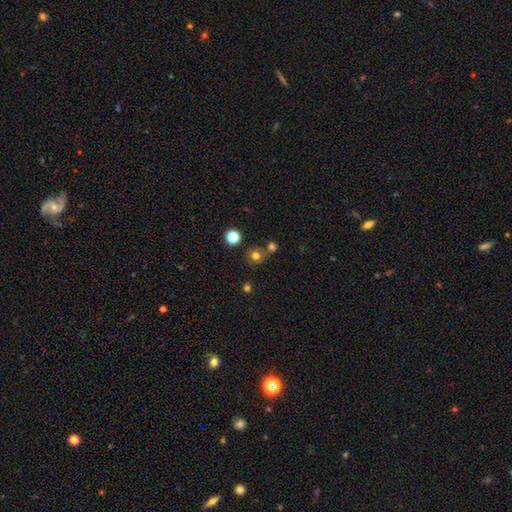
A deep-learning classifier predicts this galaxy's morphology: A smooth galaxy with no disk features (72%) that is round (87%). Merging: none (68%).